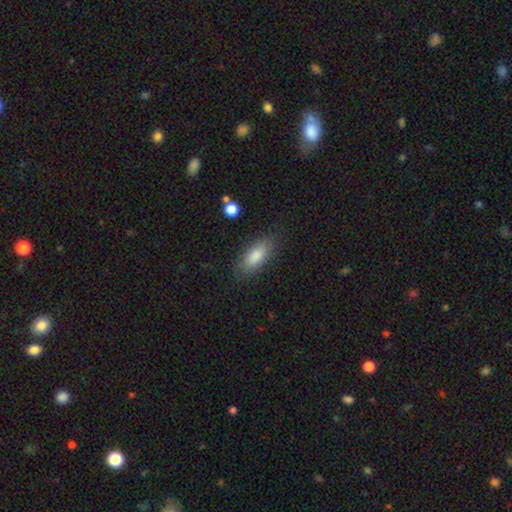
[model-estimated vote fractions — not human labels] This is clearly a smooth galaxy (83%). How rounded: likely in between (77%). Merging: clearly none (84%).